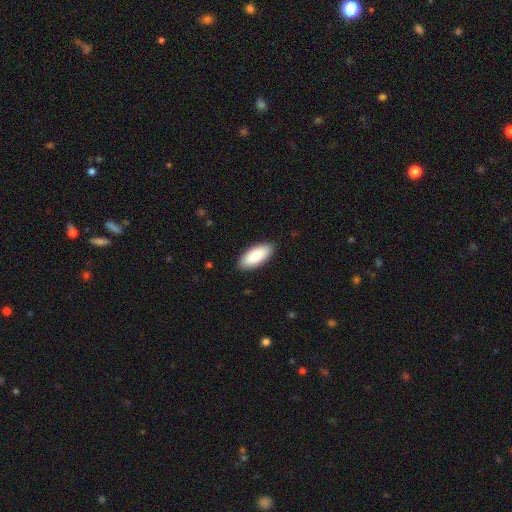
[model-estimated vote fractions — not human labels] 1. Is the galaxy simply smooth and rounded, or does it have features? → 84% smooth, 10% featured or disk, 6% star or artifact.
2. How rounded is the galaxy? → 88% in between, 10% cigar-shaped, 2% round.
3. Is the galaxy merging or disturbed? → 89% none, 9% minor disturbance, 2% major disturbance, 1% merger.